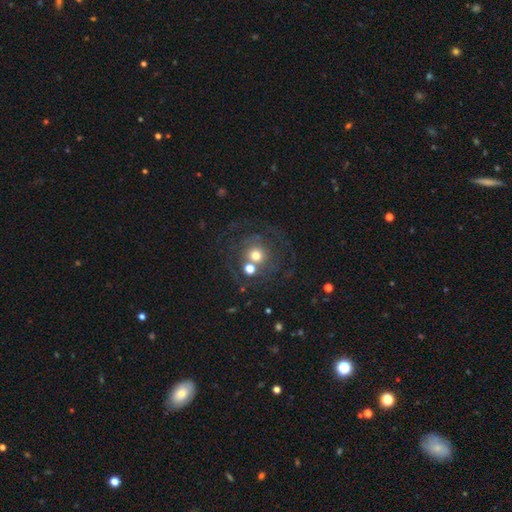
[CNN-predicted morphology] Smooth or featured: featured or disk — 45% (smooth — 41%)
Merging: none — 58% (merger — 15%)